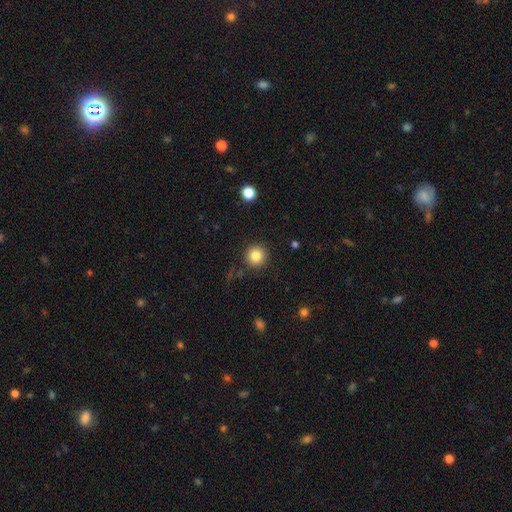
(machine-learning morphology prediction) Overall: smooth (84%). How rounded: round (93%). Merging: none (89%).